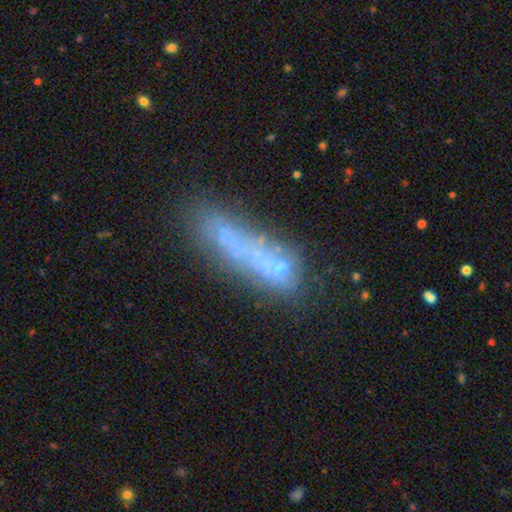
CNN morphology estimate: Smooth or featured? smooth (45%)
Merging? none (44%)